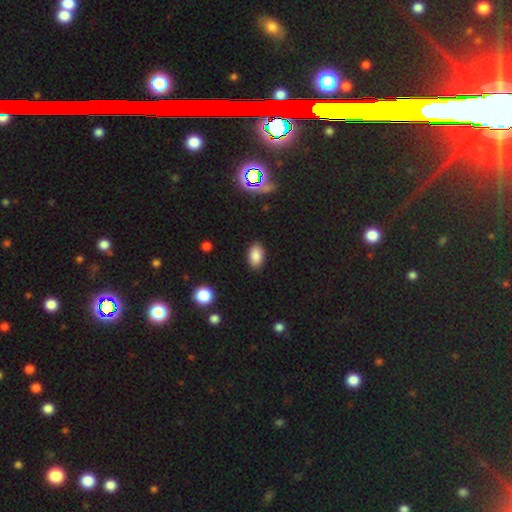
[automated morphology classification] Overall: smooth (86%). How rounded: in between (92%). Merging: none (87%).